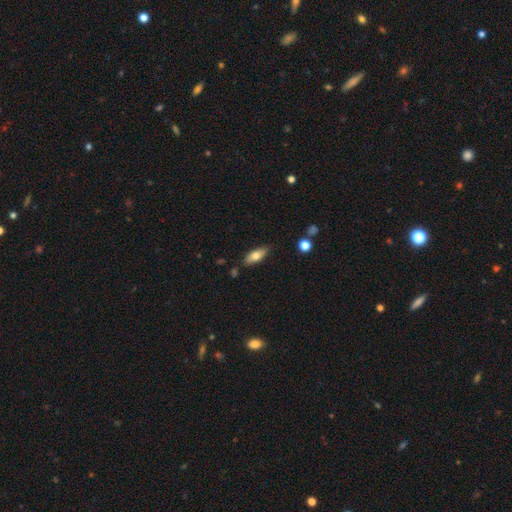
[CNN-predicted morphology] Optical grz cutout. It shows a smooth galaxy with no disk features (72%) that is in between round and cigar-shaped (75%). Merging: none (81%).